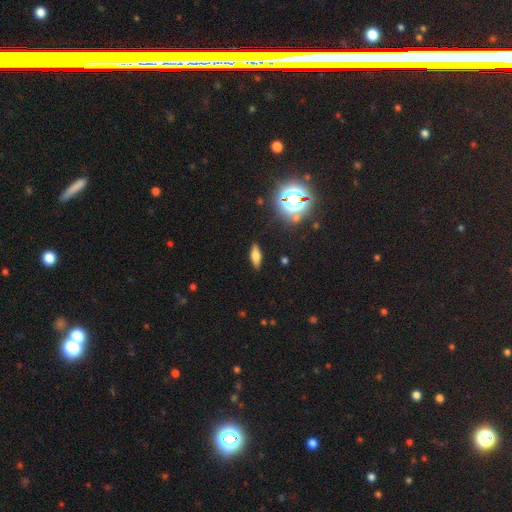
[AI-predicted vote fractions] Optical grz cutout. It shows a smooth galaxy with no disk features (58%) that is in between round and cigar-shaped (61%). Merging: none (87%).